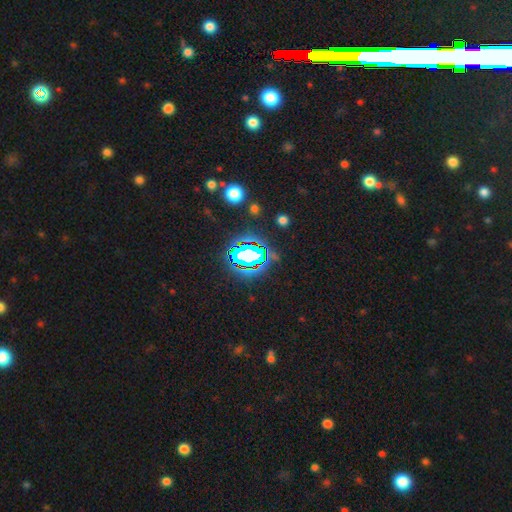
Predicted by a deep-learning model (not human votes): This appears to be a star or artifact, not a galaxy (73%).